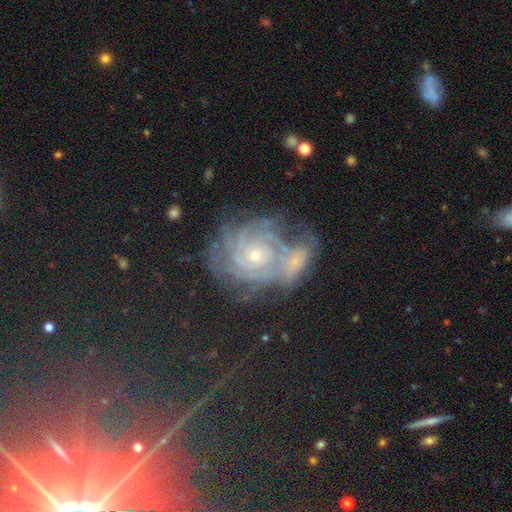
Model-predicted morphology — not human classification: Overall: featured or disk (48%; star or artifact 34%). Merging: none (54%; minor disturbance 18%).